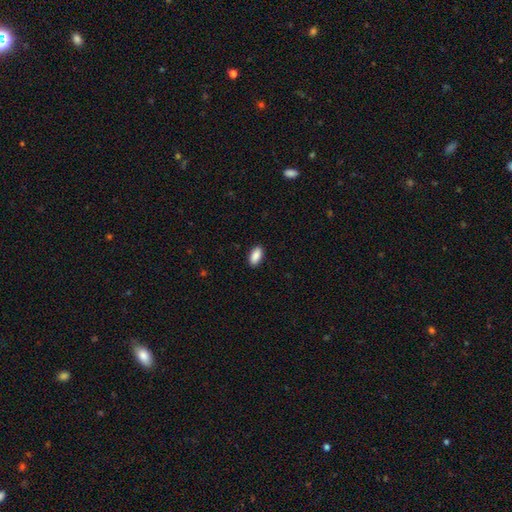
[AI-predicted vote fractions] Smooth or featured? smooth (90%)
How rounded? in between (92%)
Merging? none (90%)